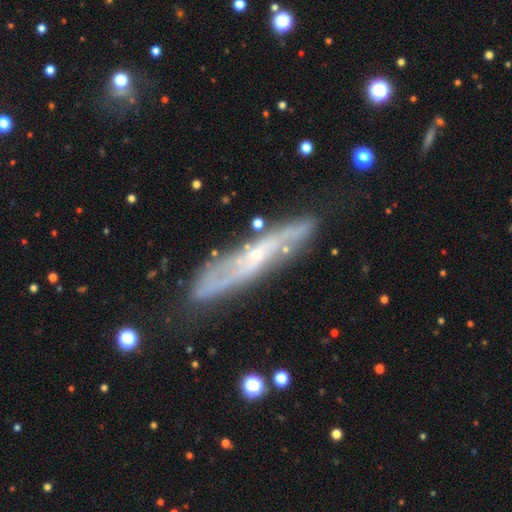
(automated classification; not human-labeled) smooth_or_featured: featured or disk (p=0.79) [alt: smooth p=0.14]
disk_edge_on: no (p=0.53) [alt: yes p=0.47]
merging: none (p=0.81) [alt: minor disturbance p=0.14]